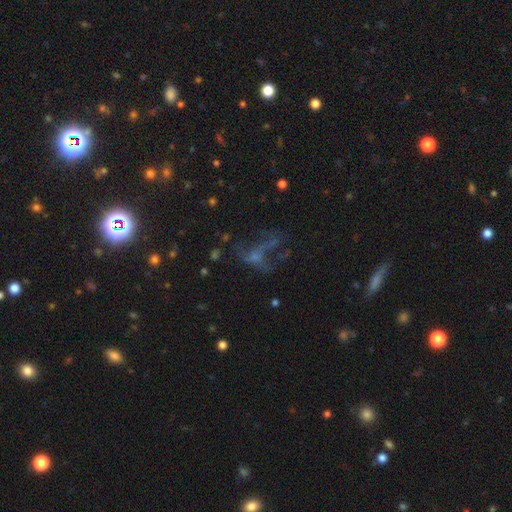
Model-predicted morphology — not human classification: Smooth or featured? featured or disk (40%)
Merging? major disturbance (39%, tied with none)